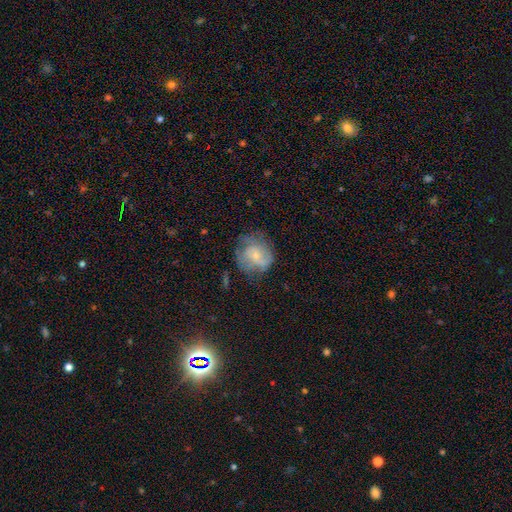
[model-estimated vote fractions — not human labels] This appears to be a featured or disk galaxy (51%). Merging: none (51%).